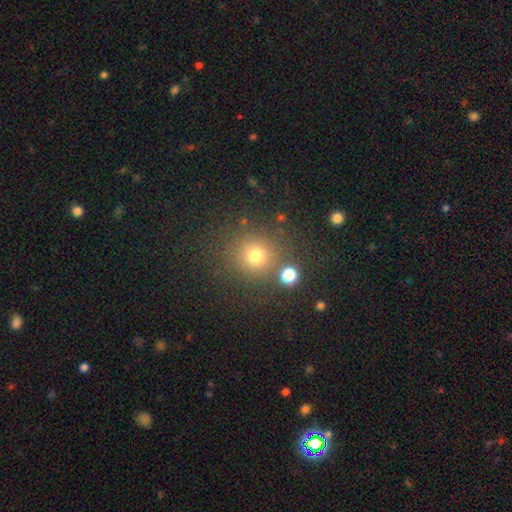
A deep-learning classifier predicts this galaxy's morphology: type=smooth (74%); roundness=round (91%); merging=none (79%).